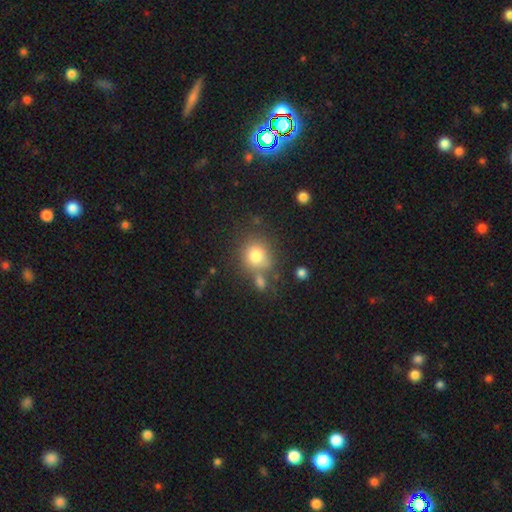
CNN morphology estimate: This appears to be a smooth galaxy with no disk features (78%) that is round (83%). Merging: none (63%).